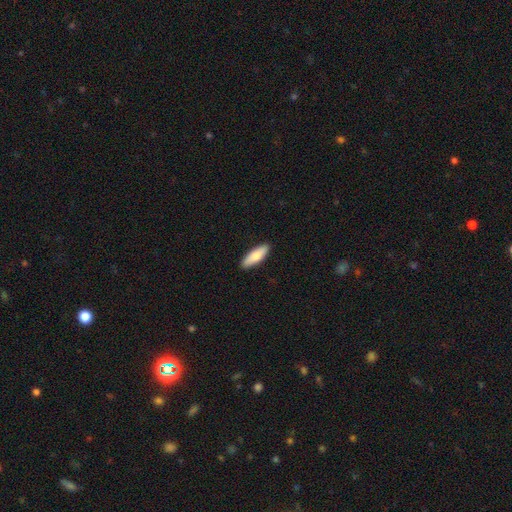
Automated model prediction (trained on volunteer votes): Smooth or featured: smooth — 78% (featured or disk — 17%)
How rounded: in between — 52% (cigar-shaped — 46%)
Merging: none — 90% (minor disturbance — 7%)